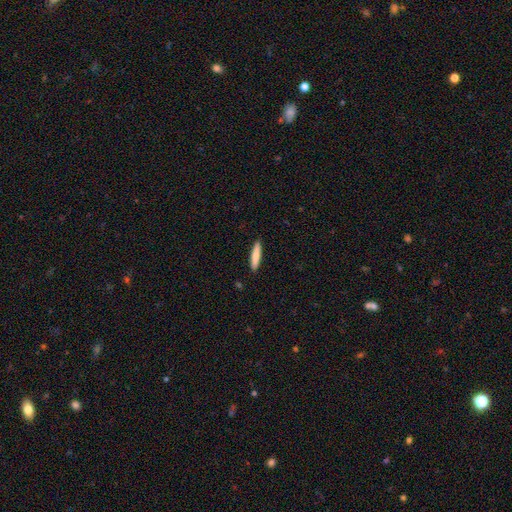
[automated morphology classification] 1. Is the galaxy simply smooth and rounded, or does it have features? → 79% smooth, 15% featured or disk, 5% star or artifact.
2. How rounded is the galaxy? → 87% cigar-shaped, 11% in between, 1% round.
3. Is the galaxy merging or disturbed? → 91% none, 7% minor disturbance, 1% major disturbance, 1% merger.